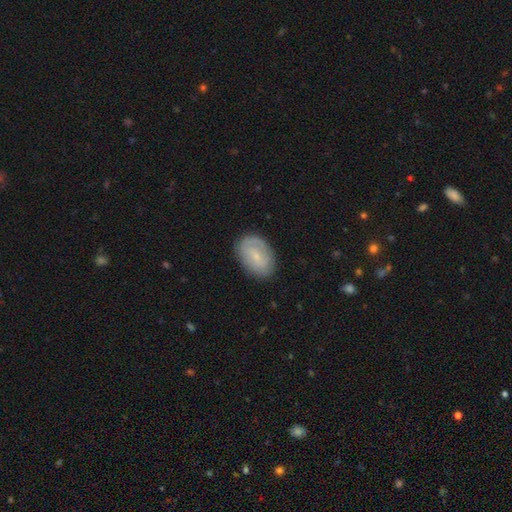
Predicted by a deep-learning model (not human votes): This is possibly a featured or disk galaxy (49%). Merging: clearly none (80%).